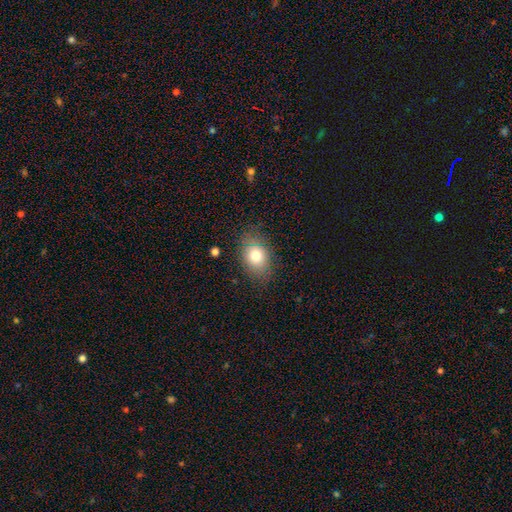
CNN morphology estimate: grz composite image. It shows a smooth galaxy with no disk features (77%) that is in between round and cigar-shaped (75%). Merging: none (79%).